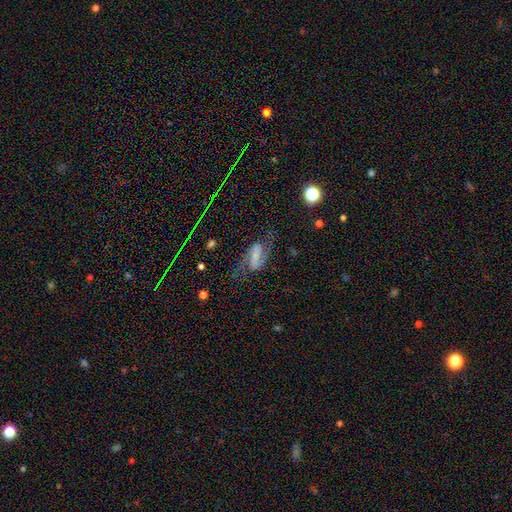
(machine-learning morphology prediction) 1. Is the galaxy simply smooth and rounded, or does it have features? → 73% featured or disk, 17% smooth, 10% star or artifact.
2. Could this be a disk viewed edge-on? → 96% no, 4% yes.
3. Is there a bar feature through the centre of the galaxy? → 41% strong, 37% weak, 22% no.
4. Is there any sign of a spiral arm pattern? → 92% yes, 8% no.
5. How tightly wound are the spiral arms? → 50% loose, 39% medium, 11% tight.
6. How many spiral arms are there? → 91% 2, 3% can't tell, 3% 1, 1% 3, 1% 4, 1% more than 4.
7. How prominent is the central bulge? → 43% none, 29% small, 15% moderate, 9% large, 3% dominant.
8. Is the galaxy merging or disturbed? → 61% none, 19% major disturbance, 18% minor disturbance, 3% merger.